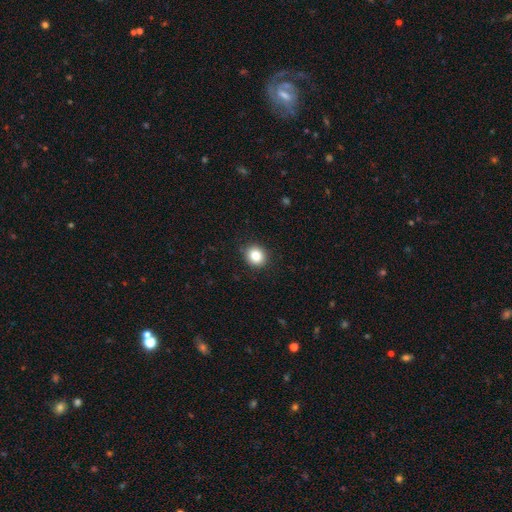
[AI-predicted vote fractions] This appears to be a smooth galaxy with no disk features (83%) that is round (78%). Merging: none (90%).